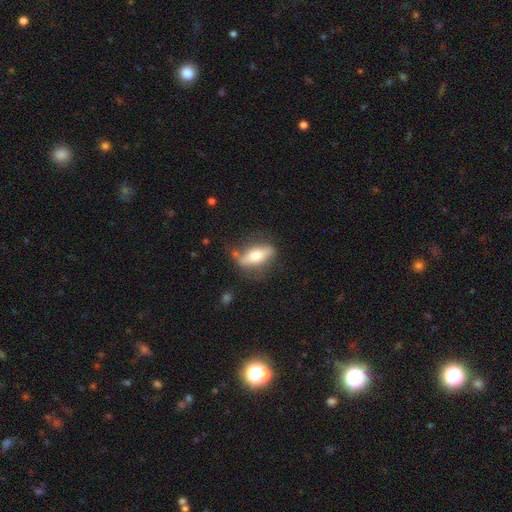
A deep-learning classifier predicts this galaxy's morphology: A smooth galaxy with no disk features (51%) that is in between round and cigar-shaped (61%).

Vote fractions:
- Smooth or featured? smooth: 51% / featured or disk: 43% / star or artifact: 6%
- How rounded? in between: 61% / cigar-shaped: 35% / round: 5%
- Merging? none: 70% / minor disturbance: 19% / major disturbance: 8% / merger: 4%